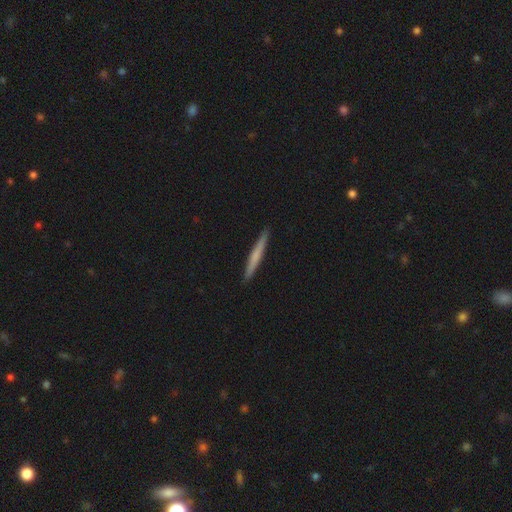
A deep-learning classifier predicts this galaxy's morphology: Smooth or featured? smooth (58%)
How rounded? cigar-shaped (97%)
Merging? none (93%)